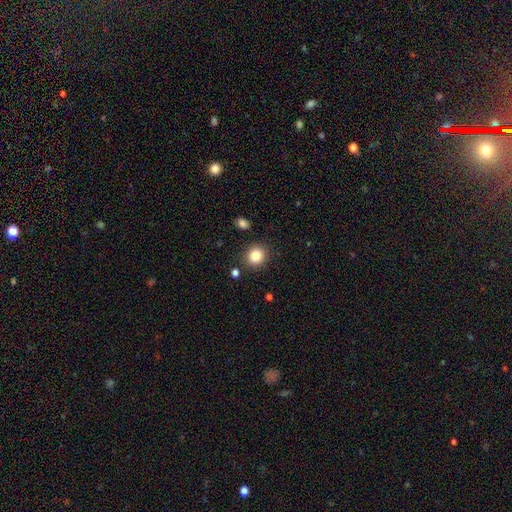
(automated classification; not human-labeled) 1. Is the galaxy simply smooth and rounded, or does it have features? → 85% smooth, 10% star or artifact, 5% featured or disk.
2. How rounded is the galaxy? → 82% round, 17% in between, 1% cigar-shaped.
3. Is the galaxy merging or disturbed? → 86% none, 8% minor disturbance, 3% merger, 3% major disturbance.